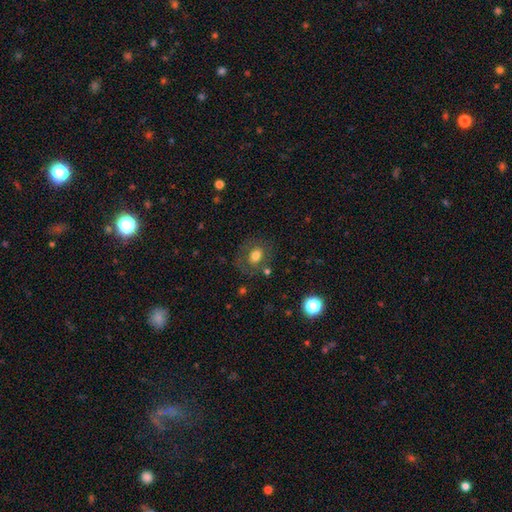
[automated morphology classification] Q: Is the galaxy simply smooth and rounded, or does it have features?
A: smooth — 70%.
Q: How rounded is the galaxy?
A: in between — 53%.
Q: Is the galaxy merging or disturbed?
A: none — 70%.